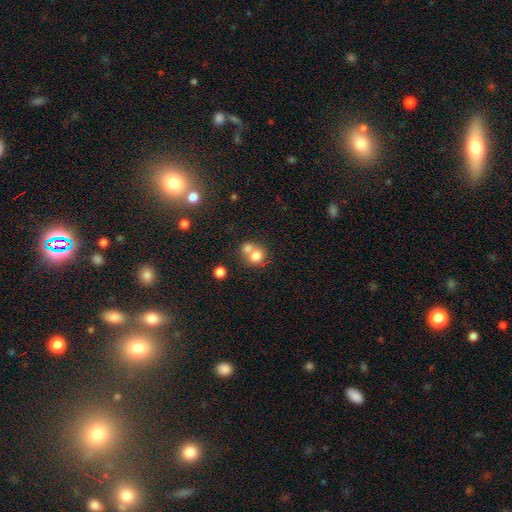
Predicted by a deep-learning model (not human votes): Q: Smooth or featured?
A: smooth (76%); runner-up: featured or disk (13%)
Q: How rounded?
A: round (78%); runner-up: in between (21%)
Q: Merging?
A: merger (57%); runner-up: none (33%)